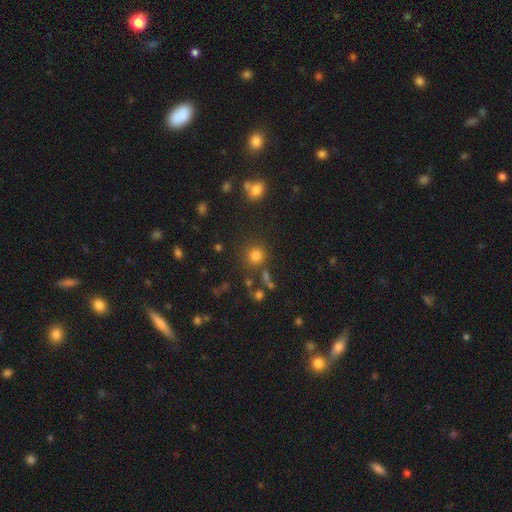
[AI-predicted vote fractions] smooth-or-featured: smooth: 78% | star or artifact: 16% | featured or disk: 6%
  how-rounded: round: 91% | in between: 8% | cigar-shaped: 1%
  merging: none: 80% | minor disturbance: 9% | merger: 7% | major disturbance: 4%